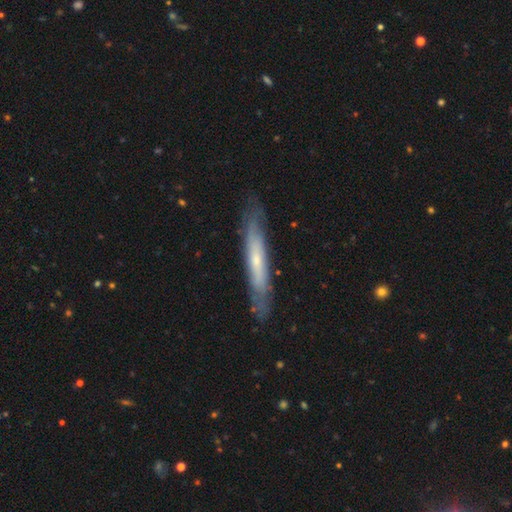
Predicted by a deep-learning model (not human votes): Q: Smooth or featured?
A: featured or disk (57%); runner-up: smooth (36%)
Q: Edge-on disk?
A: yes (74%); runner-up: no (26%)
Q: Merging?
A: none (84%); runner-up: minor disturbance (12%)